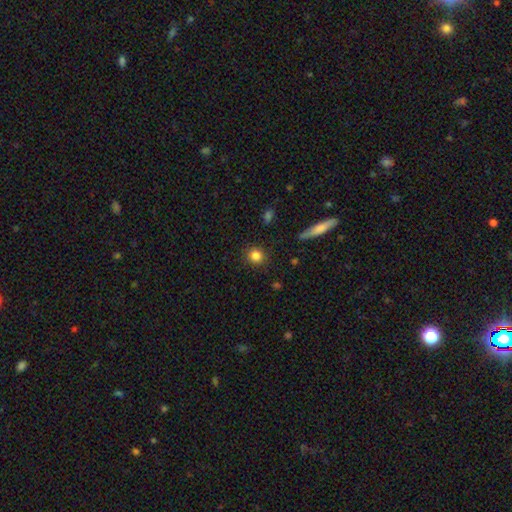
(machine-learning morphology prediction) The model was most divided on "smooth or featured": smooth: 84%, star or artifact: 10%, featured or disk: 6%. More confident: merging — none (89%); how rounded — round (89%).